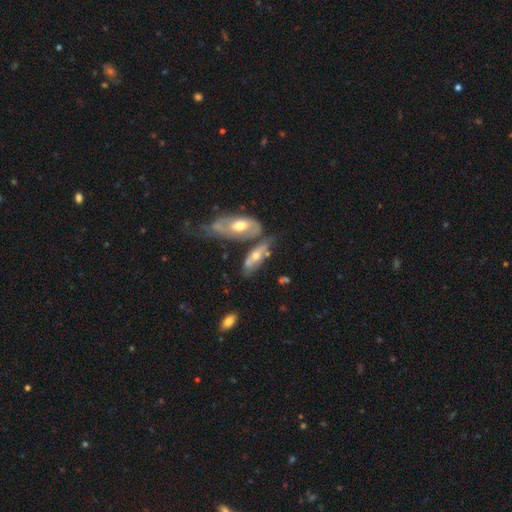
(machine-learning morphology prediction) Smooth or featured?
  - featured or disk: 55% *
  - smooth: 39%
  - star or artifact: 7%
Edge-on disk?
  - no: 65% *
  - yes: 35%
Merging?
  - none: 36% *
  - merger: 33%
  - minor disturbance: 20%
  - major disturbance: 12%